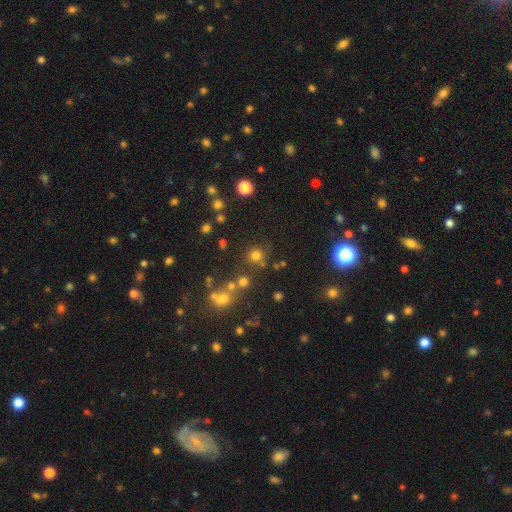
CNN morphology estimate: A smooth galaxy with no disk features (70%) that is round (91%).

Vote fractions:
- Smooth or featured? smooth: 70% / star or artifact: 22% / featured or disk: 8%
- How rounded? round: 91% / in between: 8% / cigar-shaped: 1%
- Merging? none: 73% / merger: 12% / minor disturbance: 10% / major disturbance: 5%